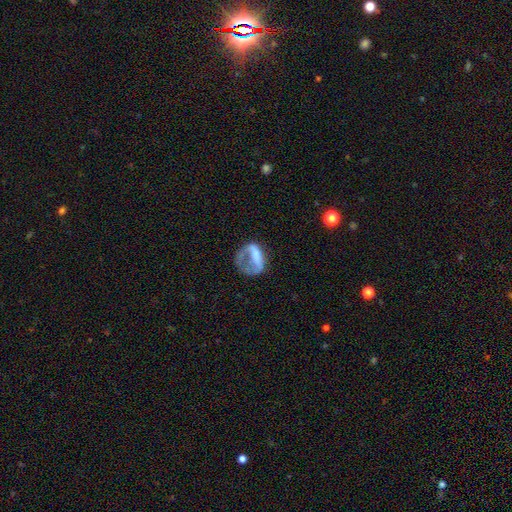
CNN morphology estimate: A smooth galaxy with no disk features (48%). Merging: major disturbance (52%).